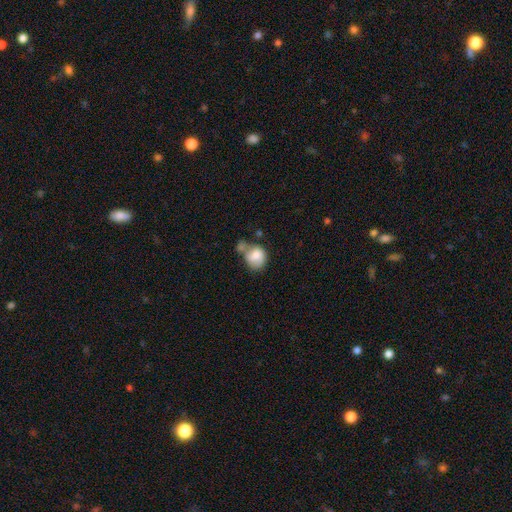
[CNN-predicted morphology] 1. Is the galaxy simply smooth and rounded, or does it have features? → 72% smooth, 20% featured or disk, 8% star or artifact.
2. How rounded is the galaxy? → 59% round, 40% in between, 1% cigar-shaped.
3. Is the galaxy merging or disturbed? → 43% merger, 24% none, 19% minor disturbance, 14% major disturbance.